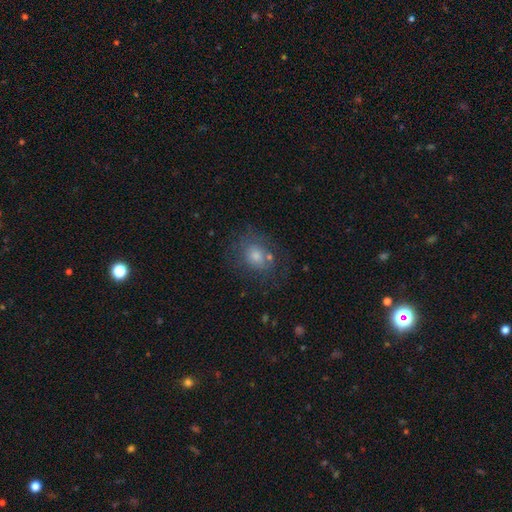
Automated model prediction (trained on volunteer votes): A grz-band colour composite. It shows a smooth galaxy with no disk features (57%) that is round (64%). Merging: none (67%).